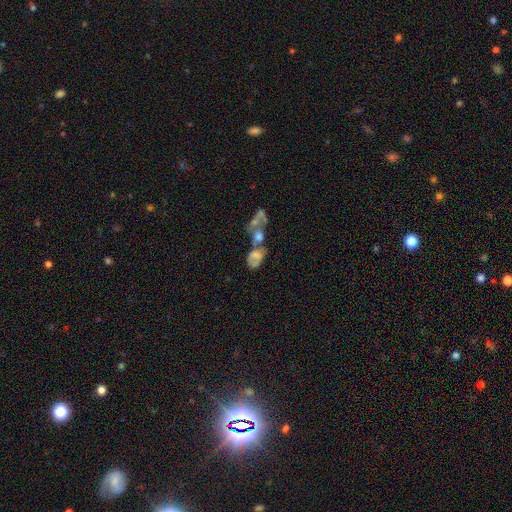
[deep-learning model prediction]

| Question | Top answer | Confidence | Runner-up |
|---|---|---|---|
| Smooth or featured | smooth | 48% | featured or disk (40%) |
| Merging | merger | 66% | major disturbance (14%) |